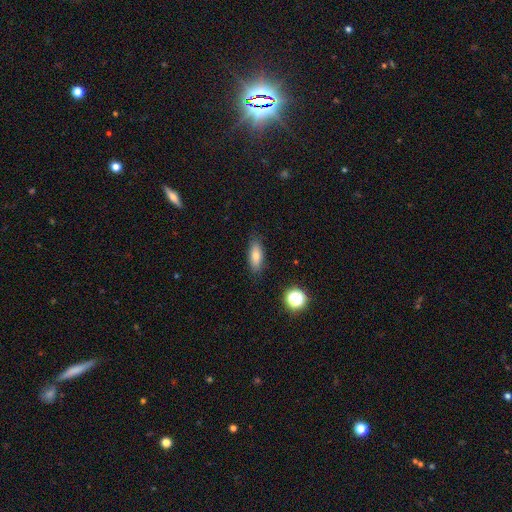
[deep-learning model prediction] Smooth or featured? Predicted: smooth (p=0.76). How rounded? Predicted: in between (p=0.69). Merging? Predicted: none (p=0.85).